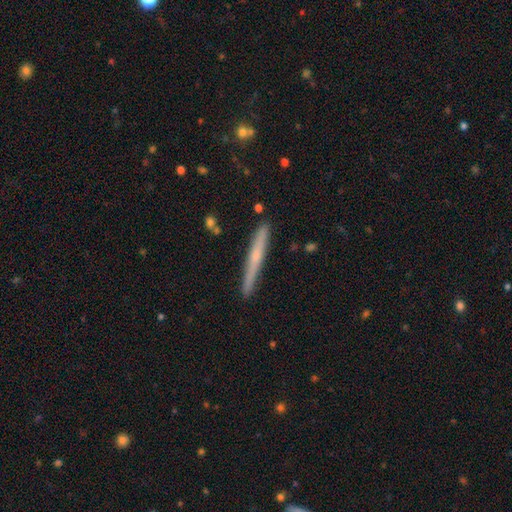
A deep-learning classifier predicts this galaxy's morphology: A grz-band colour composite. It shows a featured or disk galaxy (51%) viewed edge-on (97%). Merging: none (88%).